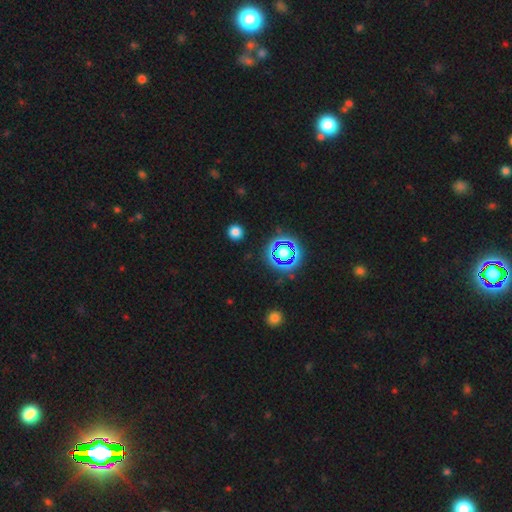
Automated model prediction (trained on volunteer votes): A star or artifact, not a galaxy (76%).

Vote fractions:
- Smooth or featured? star or artifact: 76% / smooth: 16% / featured or disk: 8%